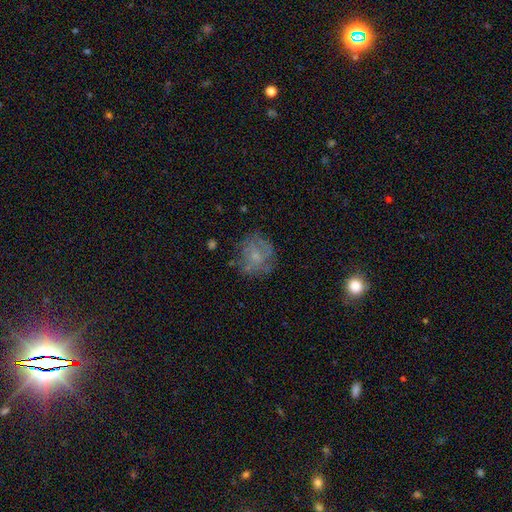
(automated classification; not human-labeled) A featured or disk galaxy (45%). Merging: none (66%).